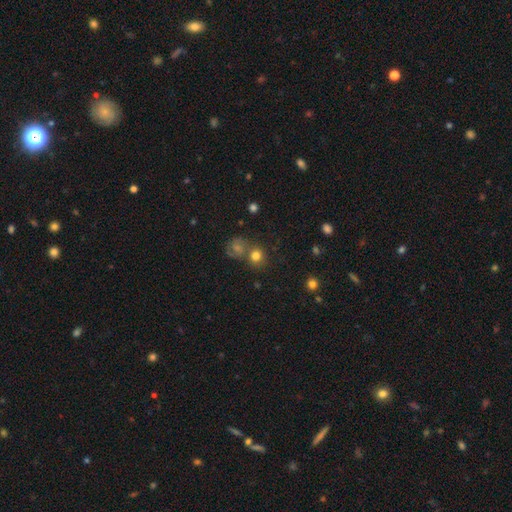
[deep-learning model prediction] Smooth or featured? Predicted: smooth (p=0.76). How rounded? Predicted: round (p=0.85). Merging? Predicted: none (p=0.60).